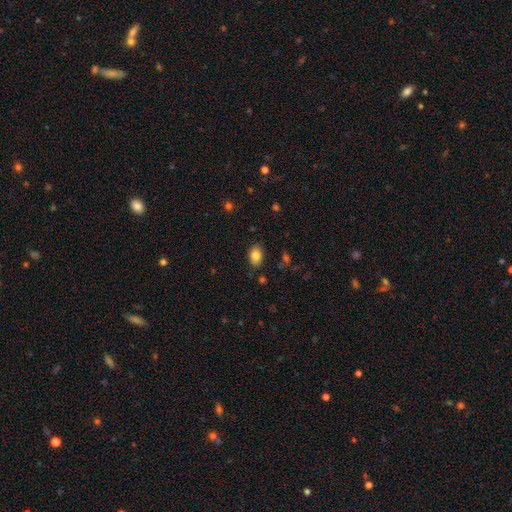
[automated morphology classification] smooth 83%, featured or disk 9%, star or artifact 8%. Down the decision tree: how rounded — in between (86%); merging — none (84%).